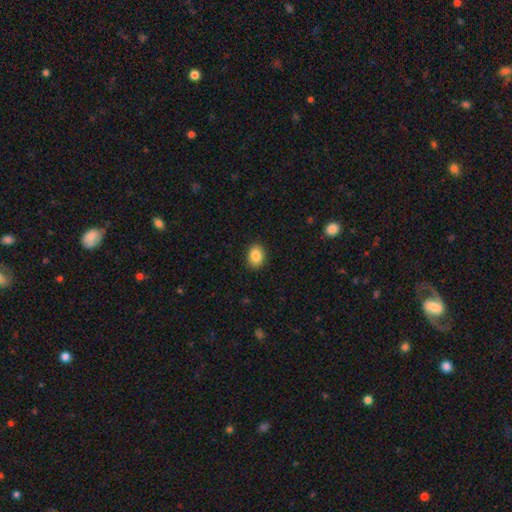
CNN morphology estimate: smooth 87%, star or artifact 8%, featured or disk 5%. Down the decision tree: how rounded — in between (68%); merging — none (90%).